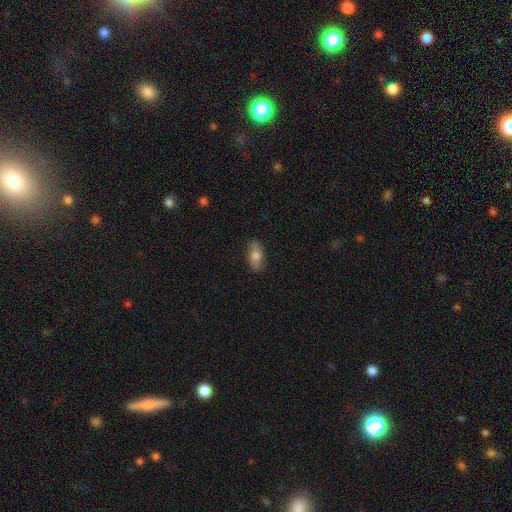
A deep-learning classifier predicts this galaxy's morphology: smooth-or-featured: smooth: 67% | featured or disk: 26% | star or artifact: 7%
  how-rounded: in between: 83% | cigar-shaped: 12% | round: 5%
  merging: none: 84% | minor disturbance: 12% | major disturbance: 2% | merger: 1%